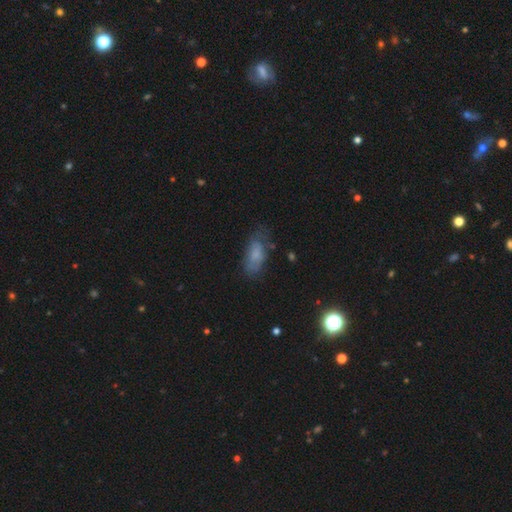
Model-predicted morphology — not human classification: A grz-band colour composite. It shows a smooth galaxy with no disk features (69%) that is in between round and cigar-shaped (85%). Merging: none (55%).